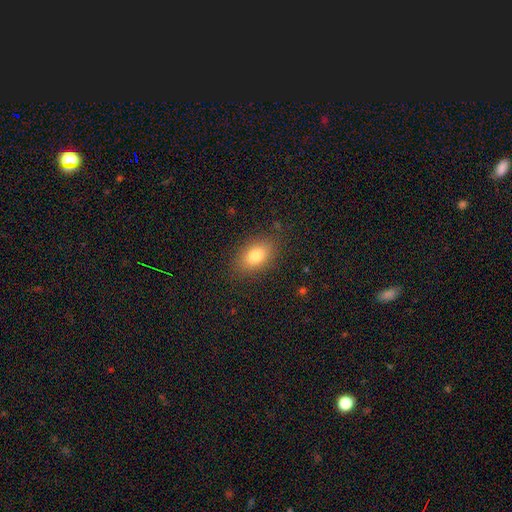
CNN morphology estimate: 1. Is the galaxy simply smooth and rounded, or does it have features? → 79% smooth, 11% featured or disk, 9% star or artifact.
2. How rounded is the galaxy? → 86% in between, 12% round, 2% cigar-shaped.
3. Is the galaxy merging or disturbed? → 85% none, 11% minor disturbance, 3% major disturbance, 1% merger.